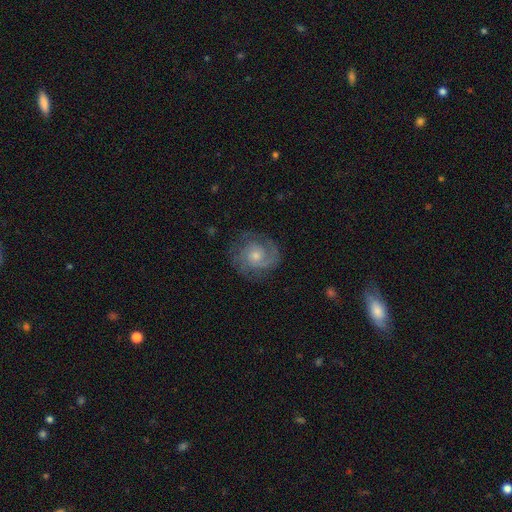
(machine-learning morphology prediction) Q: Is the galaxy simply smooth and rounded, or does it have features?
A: featured or disk — 82%.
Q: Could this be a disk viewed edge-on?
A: no — 98%.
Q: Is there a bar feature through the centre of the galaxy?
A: no — 73%.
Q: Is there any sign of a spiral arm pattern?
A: yes — 96%.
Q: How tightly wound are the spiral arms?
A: tight — 57%.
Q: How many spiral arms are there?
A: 2 — 57%.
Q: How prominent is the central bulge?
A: moderate — 48%.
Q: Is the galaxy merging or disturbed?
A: none — 79%.